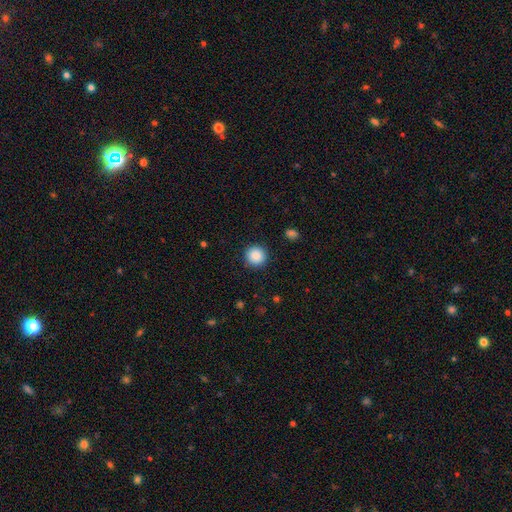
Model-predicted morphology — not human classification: Overall: smooth (88%). How rounded: round (95%). Merging: none (91%).